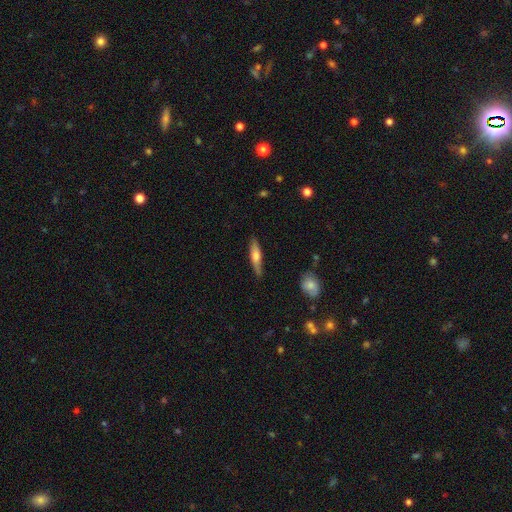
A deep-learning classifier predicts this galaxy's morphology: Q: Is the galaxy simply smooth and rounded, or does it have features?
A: smooth — 57%.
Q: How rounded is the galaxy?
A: cigar-shaped — 79%.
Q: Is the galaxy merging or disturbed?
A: none — 80%.